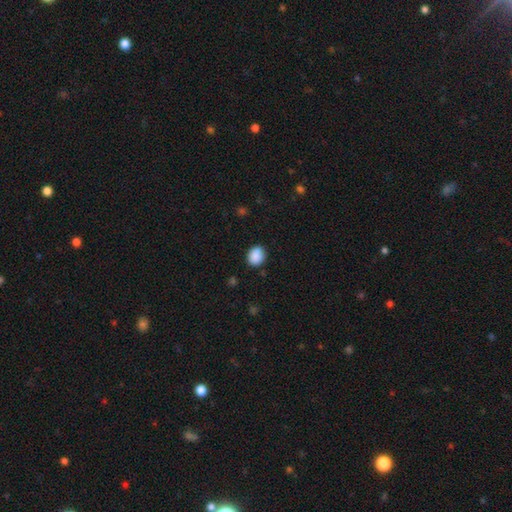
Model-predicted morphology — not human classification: This is clearly a smooth galaxy (89%). How rounded: possibly round (58%). Merging: clearly none (84%).